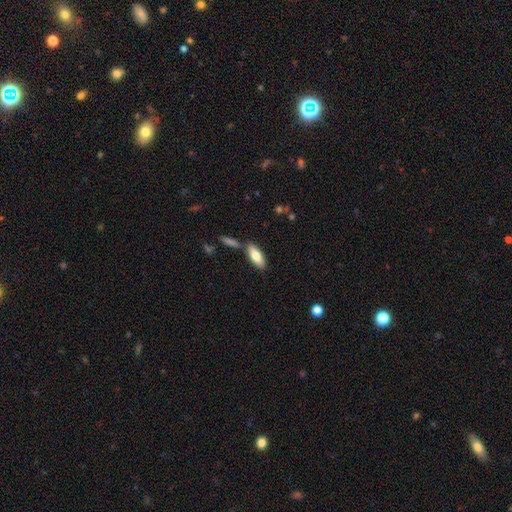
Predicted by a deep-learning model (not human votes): Overall: smooth (76%). How rounded: in between (70%). Merging: none (75%).